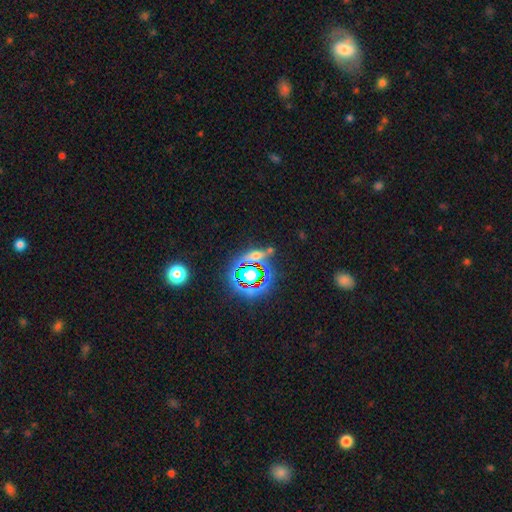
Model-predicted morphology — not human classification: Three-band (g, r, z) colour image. It shows a star or artifact, not a galaxy (57%).